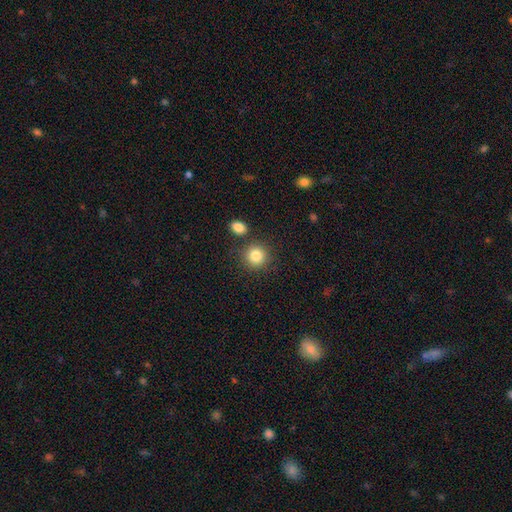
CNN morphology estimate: The model was most divided on "merging": none: 79%, merger: 9%, minor disturbance: 9%, major disturbance: 3%. More confident: how rounded — round (90%); smooth or featured — smooth (86%).